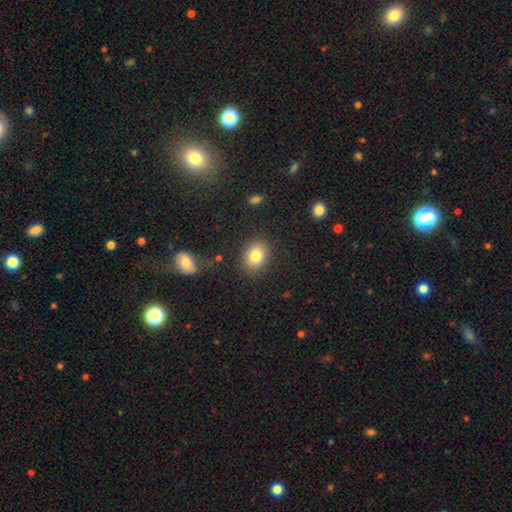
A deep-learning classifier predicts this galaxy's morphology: type=smooth (82%); roundness=in between (59%); merging=none (85%).